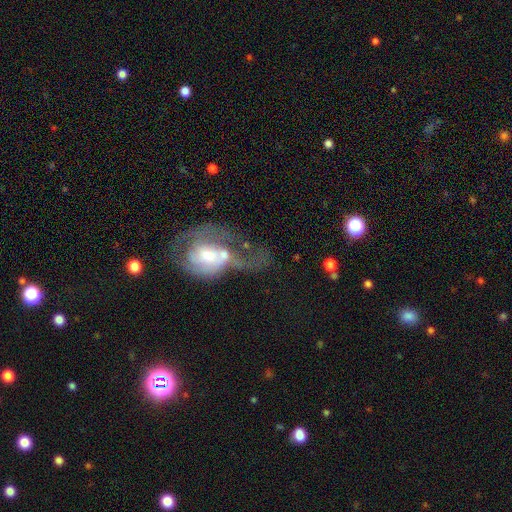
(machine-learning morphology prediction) Q: Smooth or featured?
A: featured or disk (58%); runner-up: smooth (27%)
Q: Edge-on disk?
A: no (93%); runner-up: yes (7%)
Q: Bar?
A: no (73%); runner-up: weak (21%)
Q: Spiral arms?
A: yes (52%); runner-up: no (48%)
Q: Bulge size?
A: moderate (54%); runner-up: small (34%)
Q: Merging?
A: merger (42%); runner-up: major disturbance (28%)